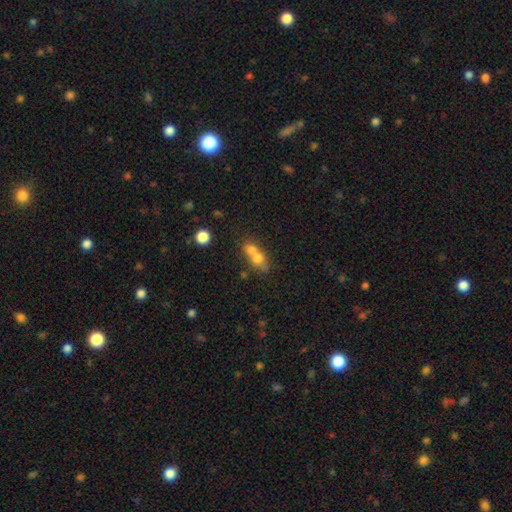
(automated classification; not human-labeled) smooth_or_featured: smooth (p=0.67) [alt: featured or disk p=0.21]
how_rounded: round (p=0.55) [alt: in between p=0.41]
merging: merger (p=0.65) [alt: none p=0.25]